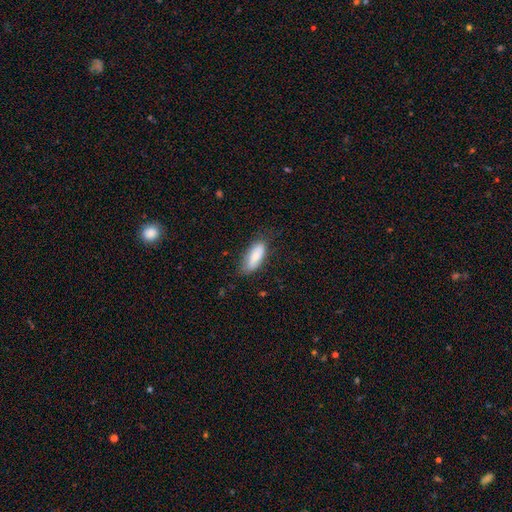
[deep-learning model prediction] A smooth galaxy with no disk features (79%) that is in between round and cigar-shaped (78%). Merging: none (71%).